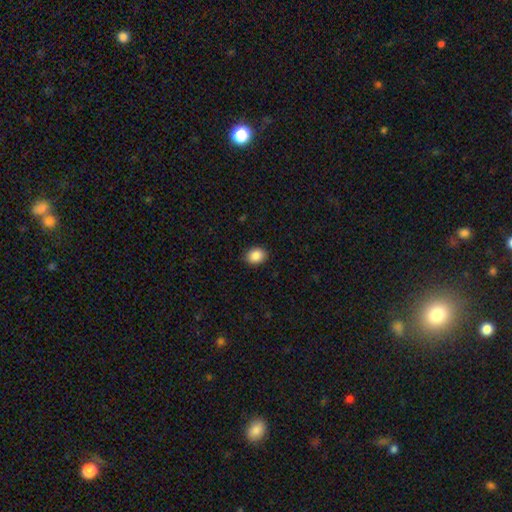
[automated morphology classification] type=smooth (88%); roundness=in between (59%); merging=none (88%).